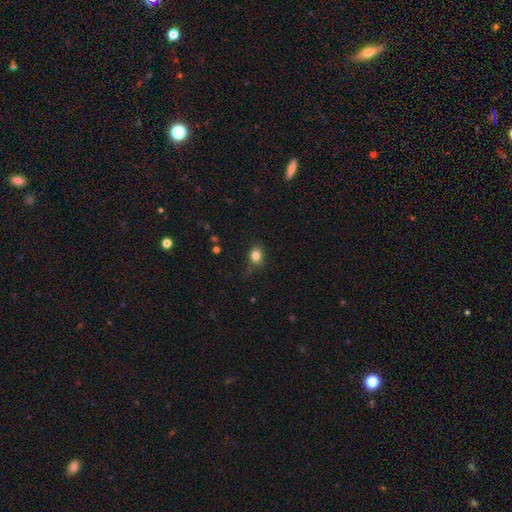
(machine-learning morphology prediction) A smooth galaxy with no disk features (82%) that is round (54%).

Vote fractions:
- Smooth or featured? smooth: 82% / star or artifact: 12% / featured or disk: 6%
- How rounded? round: 54% / in between: 45% / cigar-shaped: 1%
- Merging? none: 73% / minor disturbance: 21% / major disturbance: 5% / merger: 1%